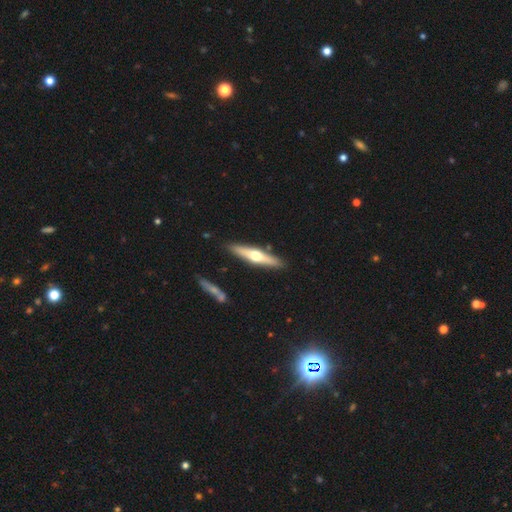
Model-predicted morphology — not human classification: type=featured or disk (59%); edge-on=yes (94%); edge-on bulge=rounded (93%); merging=none (88%).